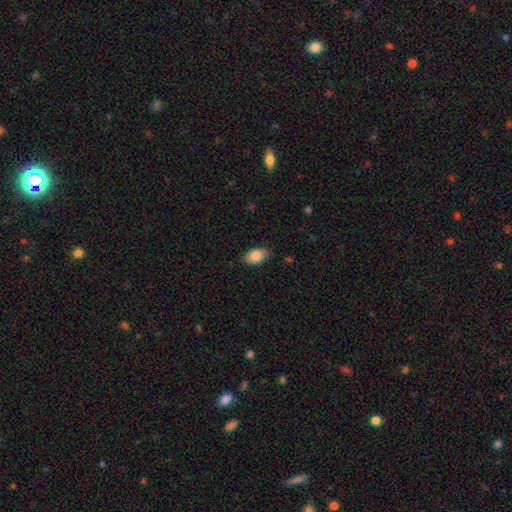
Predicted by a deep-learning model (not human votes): Overall: smooth (83%). How rounded: in between (91%). Merging: none (82%).